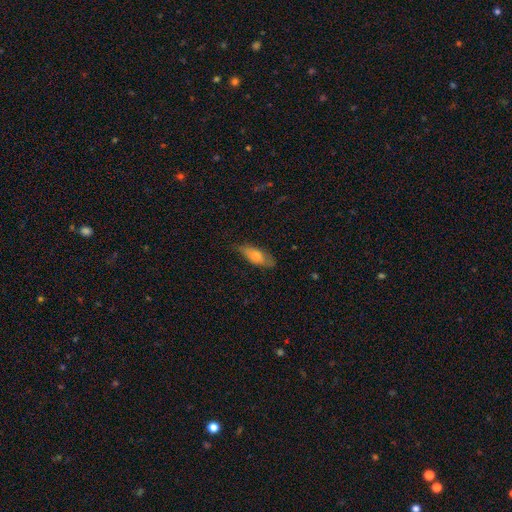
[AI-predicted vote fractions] Overall: smooth (70%). How rounded: in between (74%). Merging: none (72%).